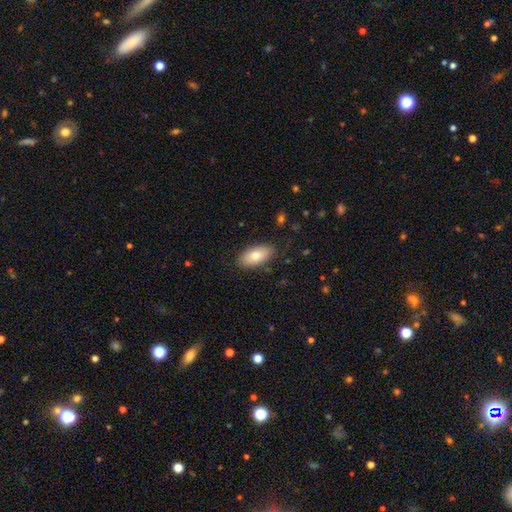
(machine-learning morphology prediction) This appears to be a smooth galaxy with no disk features (77%) that is in between round and cigar-shaped (91%). Merging: none (84%).